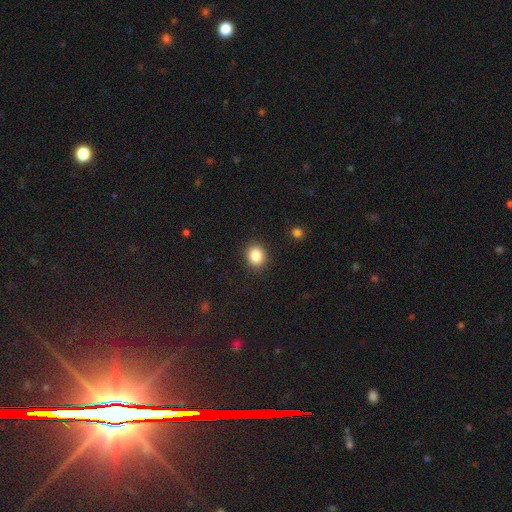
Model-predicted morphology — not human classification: smooth 85%, star or artifact 10%, featured or disk 5%. Down the decision tree: how rounded — round (66%); merging — none (89%).